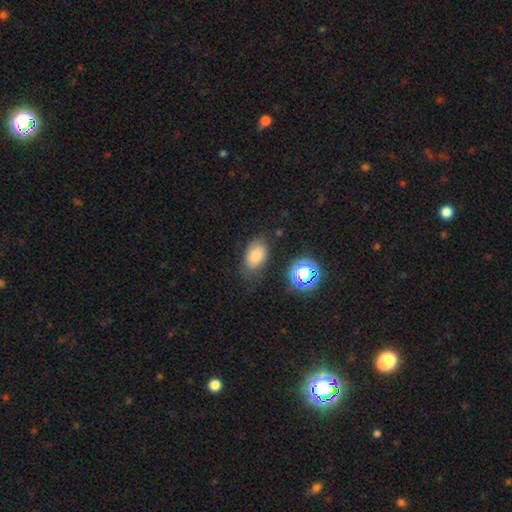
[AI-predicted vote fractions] Smooth or featured? Predicted: smooth (p=0.76). How rounded? Predicted: in between (p=0.86). Merging? Predicted: none (p=0.68).